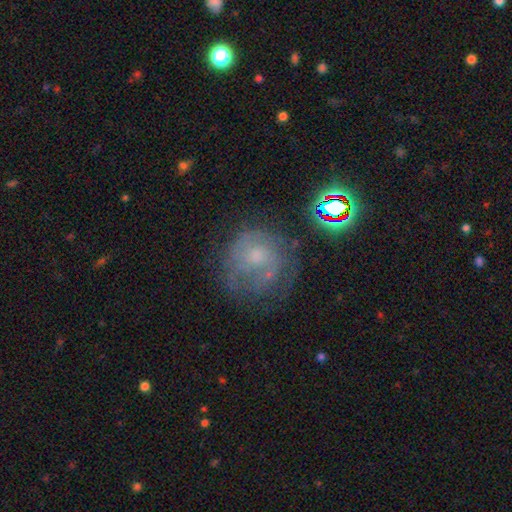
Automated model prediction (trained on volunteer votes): Q: Smooth or featured?
A: featured or disk (49%); runner-up: smooth (32%)
Q: Merging?
A: none (55%); runner-up: minor disturbance (22%)